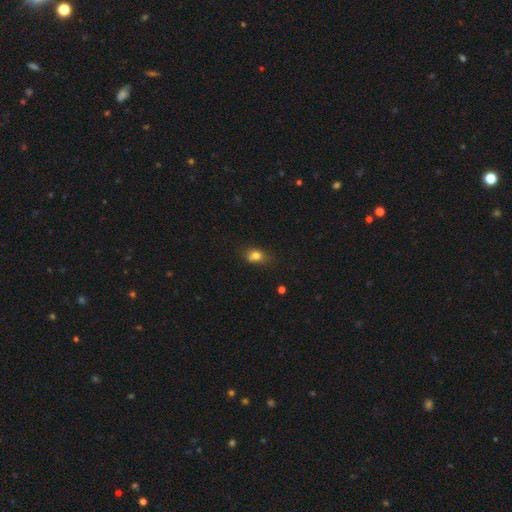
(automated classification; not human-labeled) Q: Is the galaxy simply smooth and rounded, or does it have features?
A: smooth — 78%.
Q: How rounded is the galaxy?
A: in between — 64%.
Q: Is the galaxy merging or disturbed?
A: none — 62%.